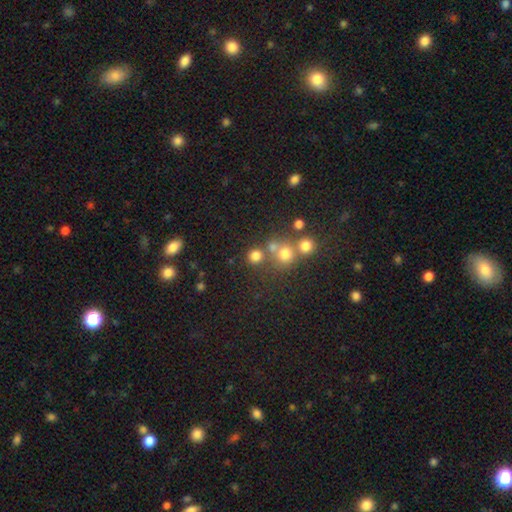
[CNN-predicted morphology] A smooth galaxy with no disk features (75%) that is round (86%).

Vote fractions:
- Smooth or featured? smooth: 75% / star or artifact: 17% / featured or disk: 8%
- How rounded? round: 86% / in between: 13% / cigar-shaped: 1%
- Merging? none: 69% / merger: 19% / minor disturbance: 8% / major disturbance: 4%